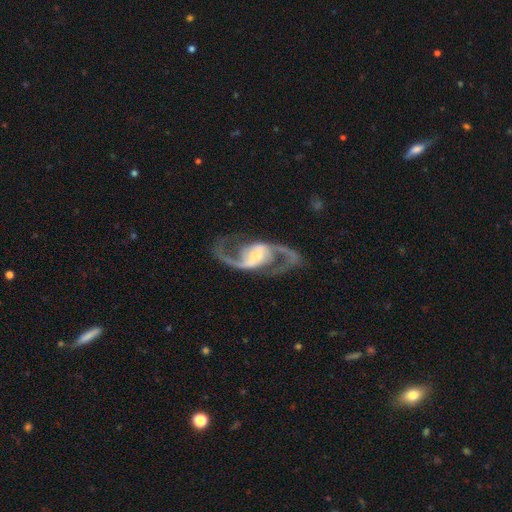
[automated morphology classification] Overall: featured or disk (92%). Edge-on disk: no (97%). Bar: weak (43%; no 29%). Spiral arms: yes (97%). Spiral arm count: 2 (94%). Spiral winding: medium (50%; loose 41%). Bulge size: moderate (44%; small 37%). Merging: none (79%).